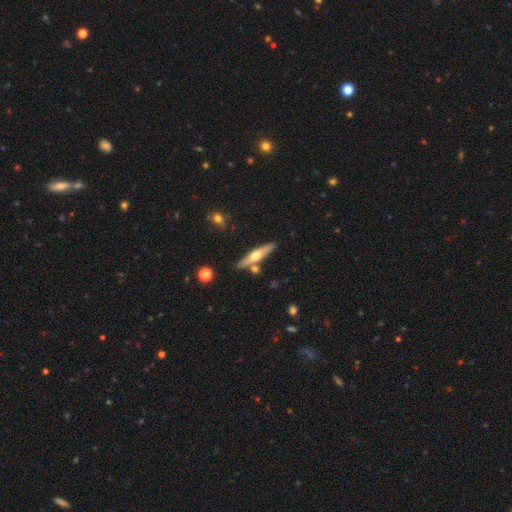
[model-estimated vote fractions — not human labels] Morphology: type=featured or disk (54%); edge-on=yes (93%); edge-on bulge=rounded (92%); merging=none (79%).